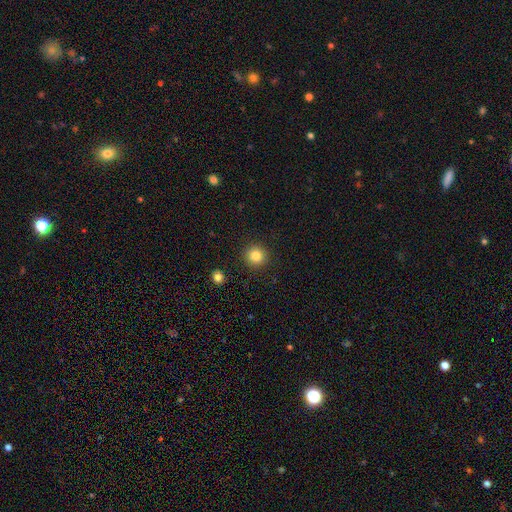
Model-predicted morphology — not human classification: A smooth galaxy with no disk features (83%) that is round (94%). Merging: none (92%).